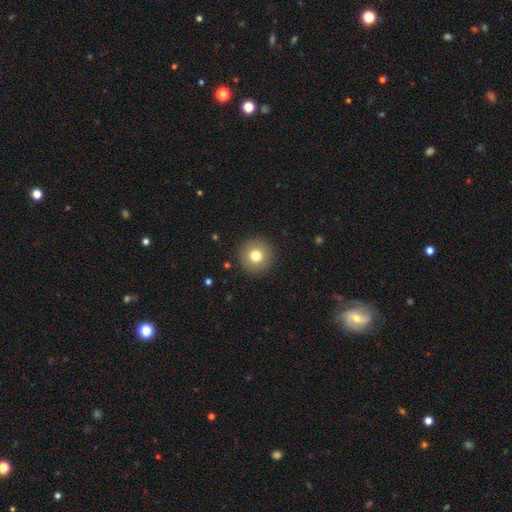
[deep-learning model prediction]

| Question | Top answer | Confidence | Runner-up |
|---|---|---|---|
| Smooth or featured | smooth | 77% | featured or disk (12%) |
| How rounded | round | 96% | in between (3%) |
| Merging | none | 92% | minor disturbance (5%) |